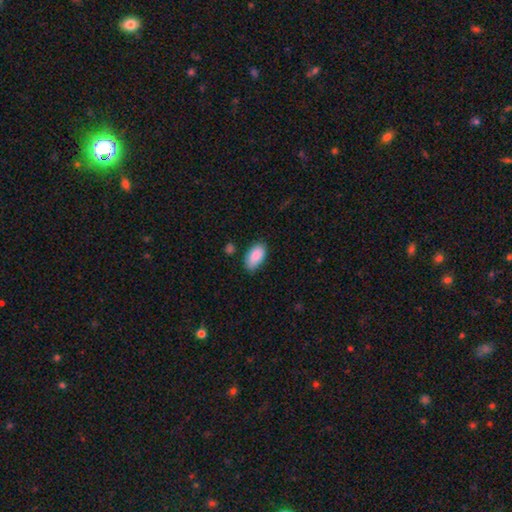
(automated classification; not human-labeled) Q: Smooth or featured?
A: smooth (89%); runner-up: star or artifact (6%)
Q: How rounded?
A: in between (94%); runner-up: round (3%)
Q: Merging?
A: none (77%); runner-up: minor disturbance (18%)